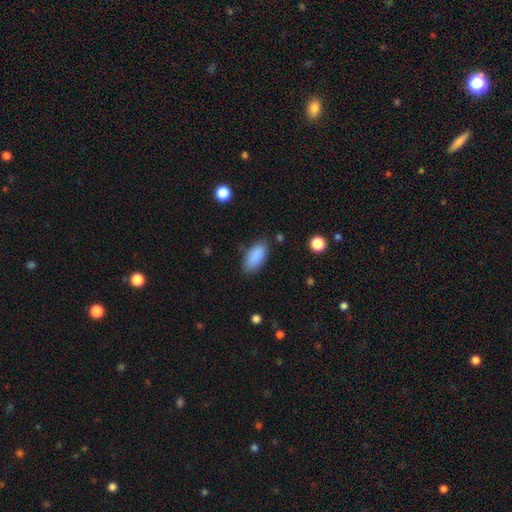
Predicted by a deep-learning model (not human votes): smooth 89%, star or artifact 7%, featured or disk 4%. Down the decision tree: how rounded — in between (88%); merging — none (83%).